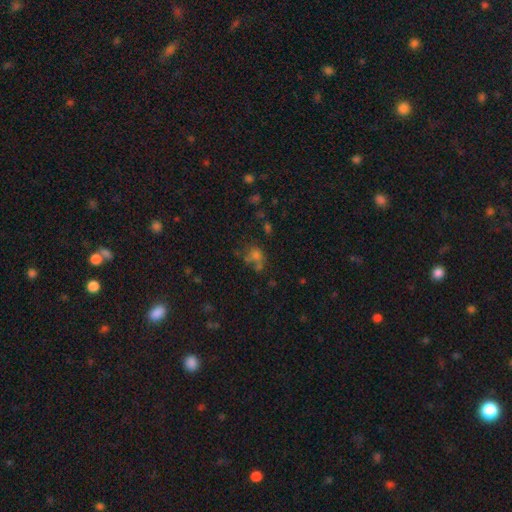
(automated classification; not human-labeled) smooth_or_featured: smooth (p=0.56) [alt: star or artifact p=0.31]
how_rounded: round (p=0.67) [alt: in between p=0.31]
merging: none (p=0.50) [alt: merger p=0.27]